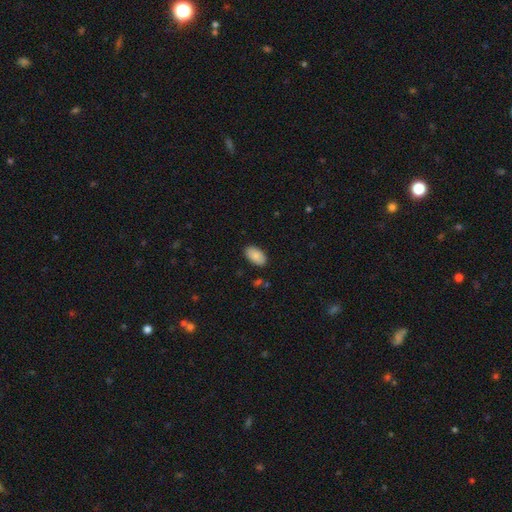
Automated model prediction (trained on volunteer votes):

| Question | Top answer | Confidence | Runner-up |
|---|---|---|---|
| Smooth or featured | smooth | 85% | featured or disk (8%) |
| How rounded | in between | 95% | round (4%) |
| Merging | none | 86% | minor disturbance (10%) |